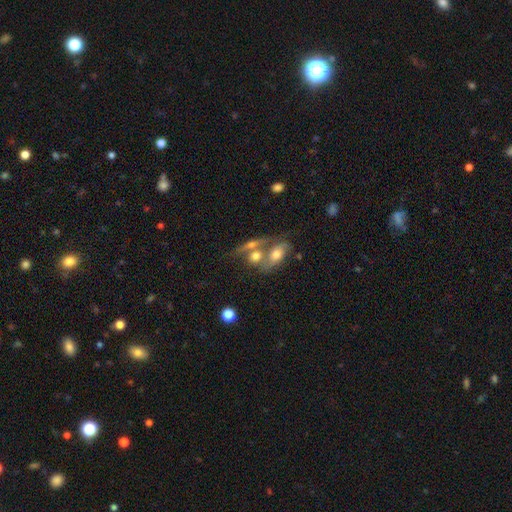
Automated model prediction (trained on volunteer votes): Smooth or featured? smooth (53%)
How rounded? in between (61%)
Merging? merger (58%)